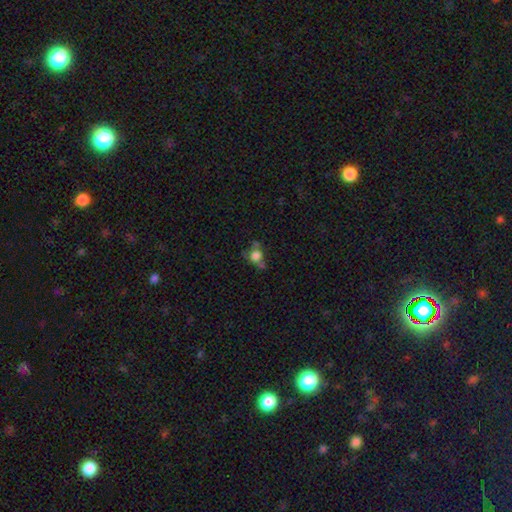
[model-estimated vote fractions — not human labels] Q: Smooth or featured?
A: smooth (63%); runner-up: featured or disk (21%)
Q: How rounded?
A: round (70%); runner-up: in between (28%)
Q: Merging?
A: none (48%); runner-up: minor disturbance (20%)